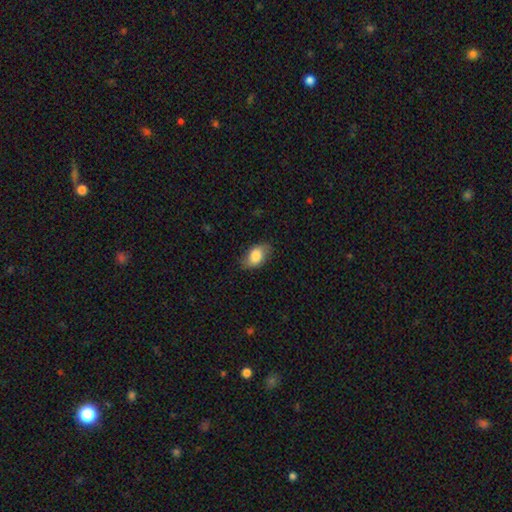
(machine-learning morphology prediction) A smooth galaxy with no disk features (75%) that is in between round and cigar-shaped (88%).

Vote fractions:
- Smooth or featured? smooth: 75% / featured or disk: 17% / star or artifact: 7%
- How rounded? in between: 88% / round: 11% / cigar-shaped: 2%
- Merging? none: 76% / minor disturbance: 19% / major disturbance: 5% / merger: 1%